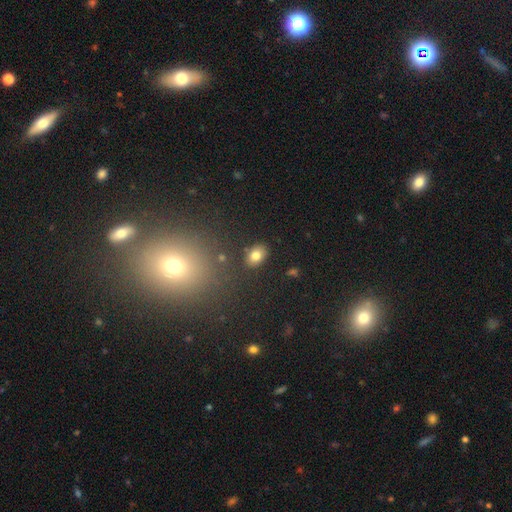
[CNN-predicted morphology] smooth_or_featured: smooth (p=0.79) [alt: star or artifact p=0.11]
how_rounded: in between (p=0.77) [alt: round p=0.22]
merging: none (p=0.84) [alt: minor disturbance p=0.10]